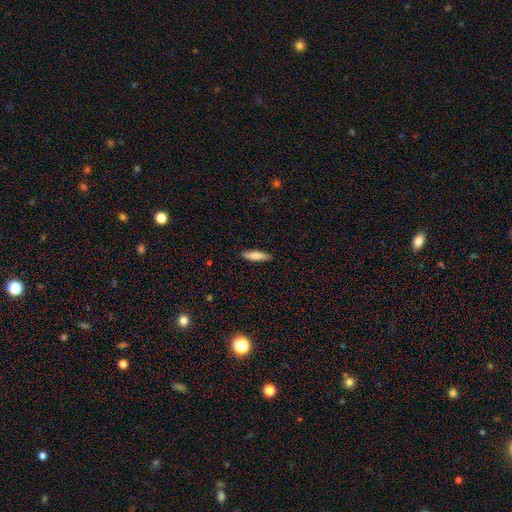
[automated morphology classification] type=smooth (78%); roundness=cigar-shaped (77%); merging=none (89%).